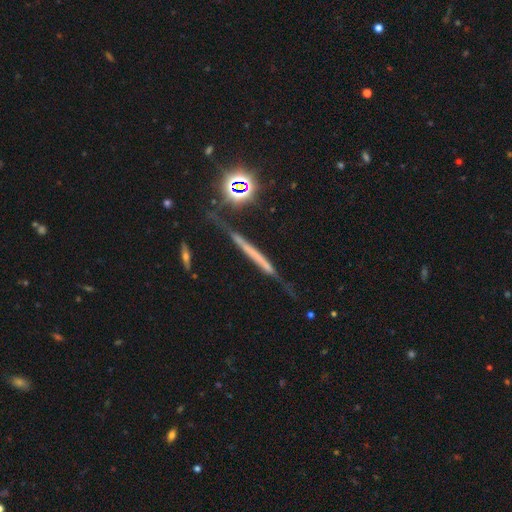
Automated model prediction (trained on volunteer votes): featured or disk 51%, smooth 30%, star or artifact 19%. Down the decision tree: edge-on disk — yes (89%); merging — none (62%).